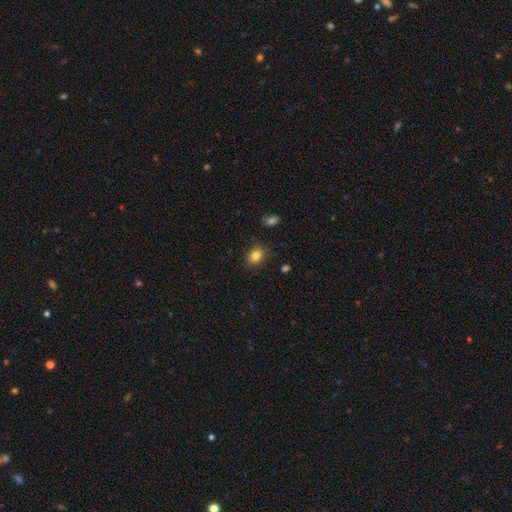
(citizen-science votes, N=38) Smooth or featured?
  - smooth: 79% *
  - featured or disk: 13%
  - star or artifact: 8%
How rounded?
  - in between: 57% *
  - round: 43%
  - cigar-shaped: 0%
Merging?
  - none: 80% *
  - minor disturbance: 11%
  - merger: 9%
  - major disturbance: 0%